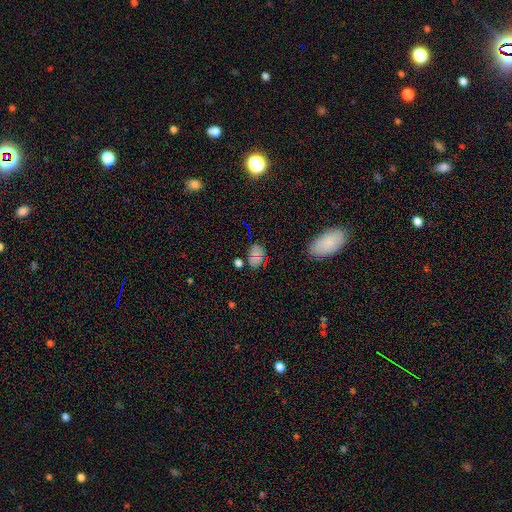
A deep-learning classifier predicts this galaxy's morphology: Smooth or featured? Predicted: smooth (p=0.67). How rounded? Predicted: in between (p=0.71). Merging? Predicted: none (p=0.75).